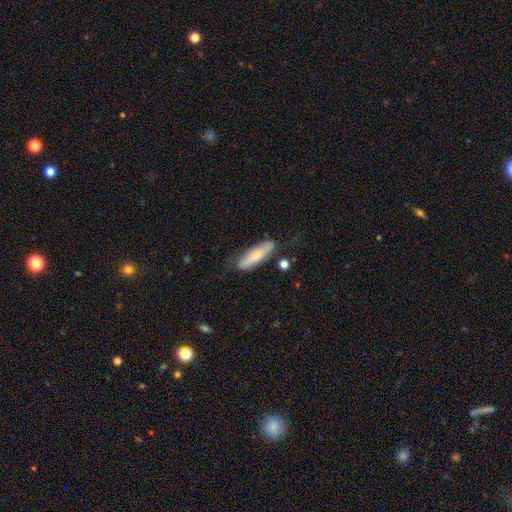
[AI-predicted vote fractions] Q: Smooth or featured?
A: smooth (72%); runner-up: featured or disk (22%)
Q: How rounded?
A: cigar-shaped (62%); runner-up: in between (36%)
Q: Merging?
A: none (71%); runner-up: minor disturbance (21%)